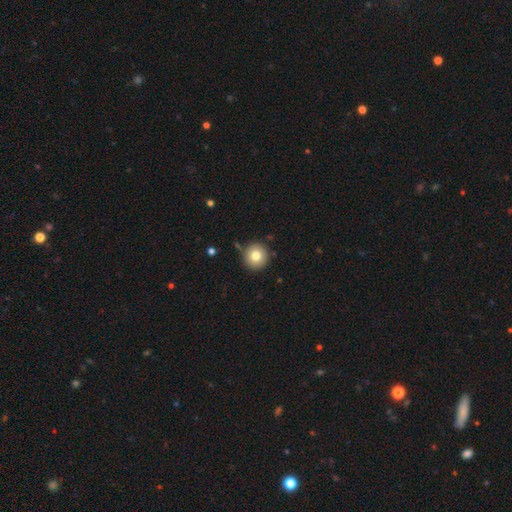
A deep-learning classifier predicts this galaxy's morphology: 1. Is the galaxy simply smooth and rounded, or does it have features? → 78% smooth, 12% featured or disk, 11% star or artifact.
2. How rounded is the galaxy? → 94% round, 5% in between, 1% cigar-shaped.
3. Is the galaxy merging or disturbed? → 86% none, 8% minor disturbance, 3% merger, 2% major disturbance.